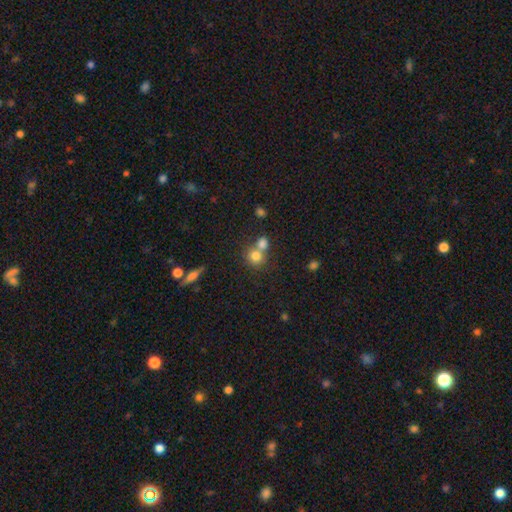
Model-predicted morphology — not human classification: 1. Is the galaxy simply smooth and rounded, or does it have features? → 77% smooth, 12% star or artifact, 11% featured or disk.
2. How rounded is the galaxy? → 83% round, 16% in between, 1% cigar-shaped.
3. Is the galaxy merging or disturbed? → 46% merger, 44% none, 7% minor disturbance, 3% major disturbance.